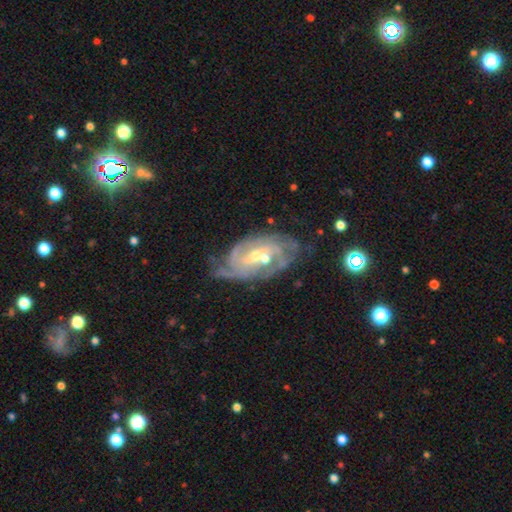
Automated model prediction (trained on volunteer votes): A featured or disk galaxy (83%) with a weak bar (43%), tight (70%) spiral arms (97%) and a small central bulge (56%).

Vote fractions:
- Smooth or featured? featured or disk: 83% / star or artifact: 9% / smooth: 7%
- Edge-on disk? no: 95% / yes: 5%
- Bar? weak: 43% / no: 40% / strong: 18%
- Spiral arms? yes: 97% / no: 3%
- Spiral winding? tight: 70% / medium: 25% / loose: 5%
- Spiral arm count? can't tell: 26% / 3: 23% / 2: 22% / 4: 14% / more than 4: 7% / 1: 7%
- Bulge size? small: 56% / moderate: 39% / none: 2% / large: 2% / dominant: 1%
- Merging? none: 76% / minor disturbance: 17% / major disturbance: 6% / merger: 2%